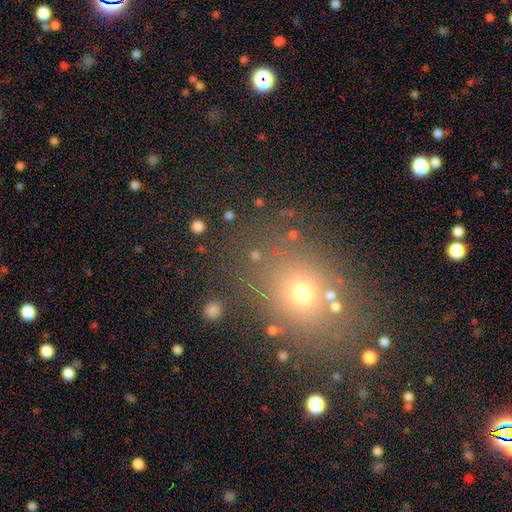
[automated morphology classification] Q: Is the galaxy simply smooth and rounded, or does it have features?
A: smooth — 59%.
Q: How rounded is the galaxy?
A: round — 58%.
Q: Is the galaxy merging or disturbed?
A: none — 76%.